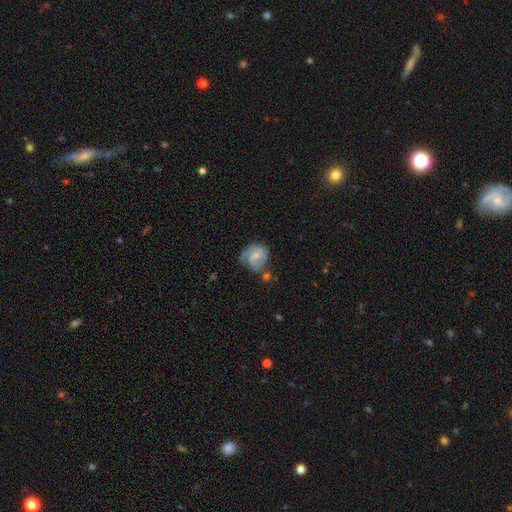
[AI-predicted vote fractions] A featured or disk galaxy (57%) with no bar (47%), spiral arms (84%) and a small central bulge (54%).

Vote fractions:
- Smooth or featured? featured or disk: 57% / smooth: 36% / star or artifact: 7%
- Edge-on disk? no: 97% / yes: 3%
- Bar? no: 47% / weak: 43% / strong: 10%
- Spiral arms? yes: 84% / no: 16%
- Bulge size? small: 54% / moderate: 34% / none: 9% / large: 2% / dominant: 1%
- Merging? none: 43% / minor disturbance: 29% / major disturbance: 17% / merger: 10%